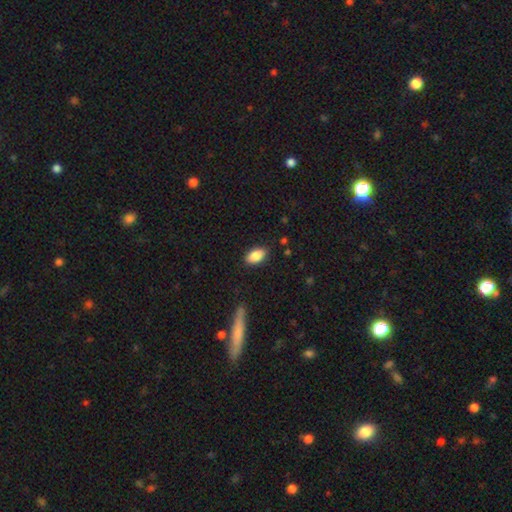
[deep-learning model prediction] A smooth galaxy with no disk features (87%) that is in between round and cigar-shaped (91%). Merging: none (86%).